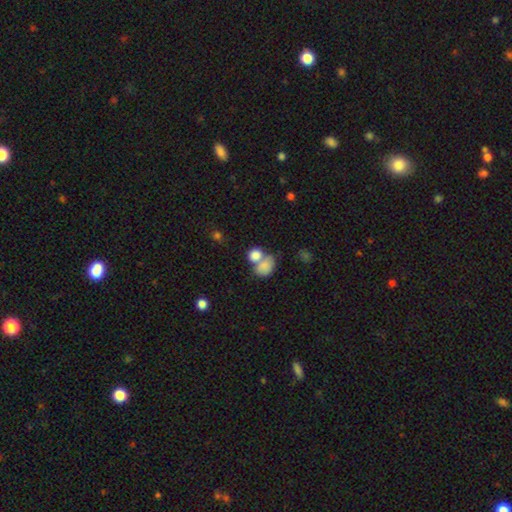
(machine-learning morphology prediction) A smooth galaxy with no disk features (80%) that is round (52%).

Vote fractions:
- Smooth or featured? smooth: 80% / featured or disk: 11% / star or artifact: 9%
- How rounded? round: 52% / in between: 47% / cigar-shaped: 1%
- Merging? merger: 56% / none: 29% / minor disturbance: 9% / major disturbance: 5%